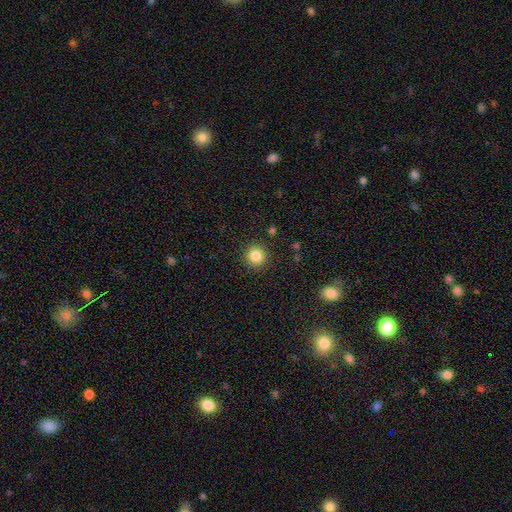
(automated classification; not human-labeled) The model was most divided on "smooth or featured": smooth: 84%, star or artifact: 11%, featured or disk: 5%. More confident: how rounded — round (94%); merging — none (90%).